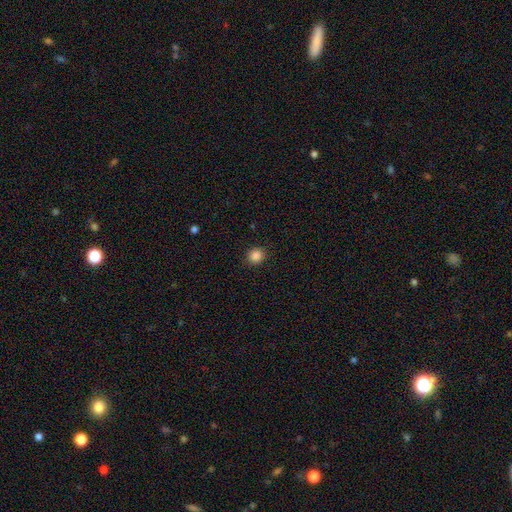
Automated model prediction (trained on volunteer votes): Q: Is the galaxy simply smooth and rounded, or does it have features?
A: smooth — 86%.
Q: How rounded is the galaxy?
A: round — 85%.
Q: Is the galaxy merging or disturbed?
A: none — 91%.